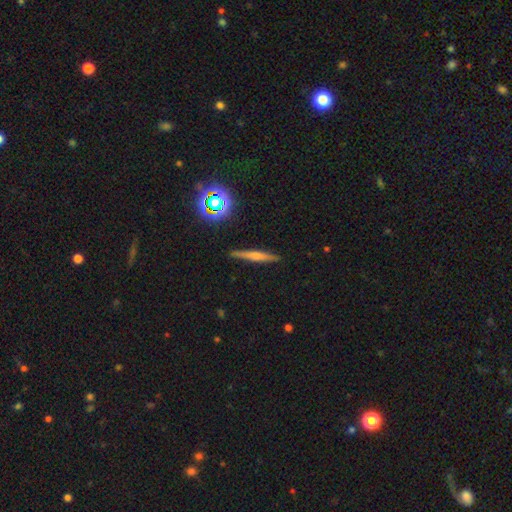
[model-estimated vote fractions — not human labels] A smooth galaxy with no disk features (45%).

Vote fractions:
- Smooth or featured? smooth: 45% / featured or disk: 43% / star or artifact: 12%
- Merging? none: 89% / minor disturbance: 8% / major disturbance: 2% / merger: 1%